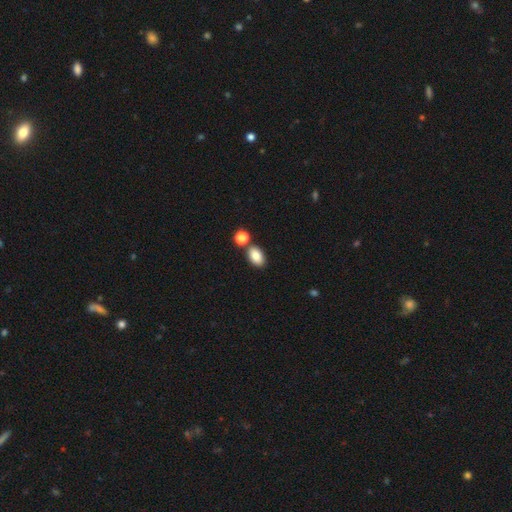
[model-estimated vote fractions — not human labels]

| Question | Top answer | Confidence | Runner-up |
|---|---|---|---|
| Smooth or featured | smooth | 84% | star or artifact (9%) |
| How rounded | in between | 88% | round (10%) |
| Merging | none | 72% | merger (15%) |